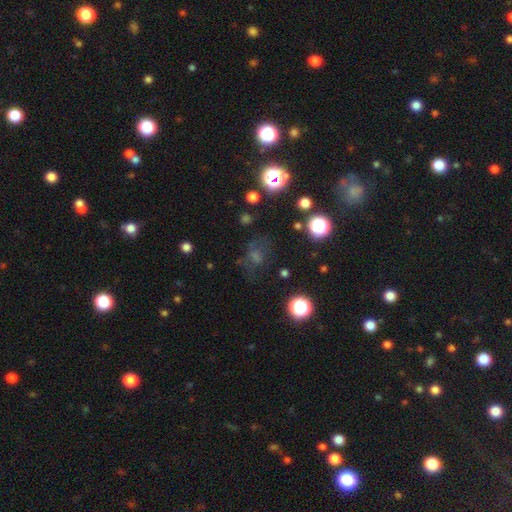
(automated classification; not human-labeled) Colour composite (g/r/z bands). It shows a star or artifact, not a galaxy (44%).